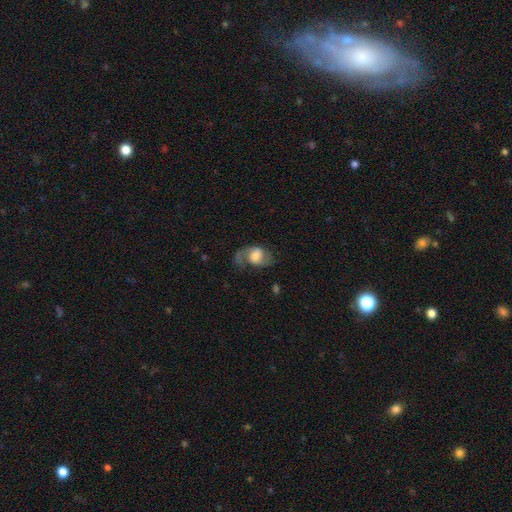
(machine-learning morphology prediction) smooth-or-featured: featured or disk: 60% | smooth: 32% | star or artifact: 8%
  disk-edge-on: no: 97% | yes: 3%
    bar: no: 54% | weak: 36% | strong: 10%
    has-spiral-arms: yes: 87% | no: 13%
      spiral-winding: loose: 47% | medium: 41% | tight: 12%
      spiral-arm-count: 2: 76% | 1: 17% | can't tell: 5% | 3: 1% | 4: 1% | more than 4: 1%
    bulge-size: large: 33% | moderate: 32% | small: 19% | none: 8% | dominant: 8%
  merging: none: 50% | major disturbance: 26% | minor disturbance: 22% | merger: 2%